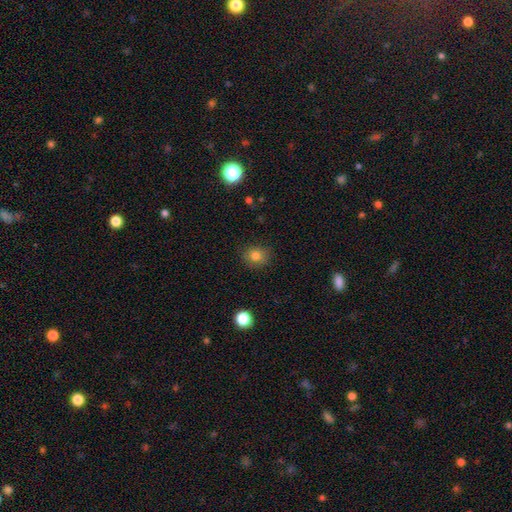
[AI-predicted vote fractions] This appears to be a smooth galaxy with no disk features (79%) that is round (70%). Merging: none (86%).